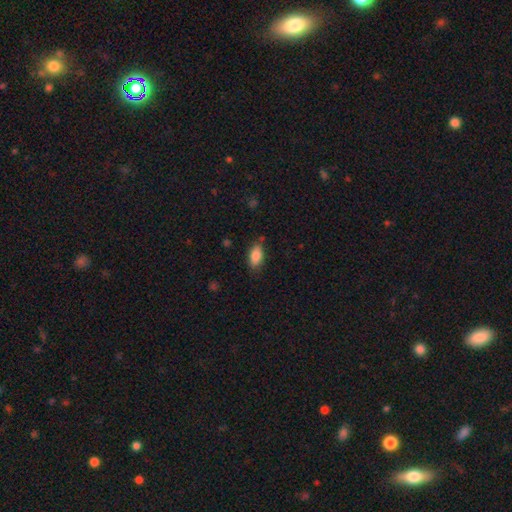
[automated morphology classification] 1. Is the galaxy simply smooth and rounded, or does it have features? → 85% smooth, 8% featured or disk, 7% star or artifact.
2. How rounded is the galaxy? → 90% in between, 6% cigar-shaped, 4% round.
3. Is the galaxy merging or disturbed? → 78% none, 16% minor disturbance, 4% major disturbance, 3% merger.